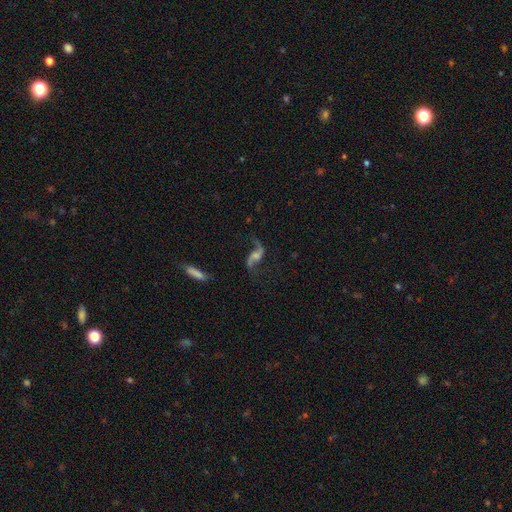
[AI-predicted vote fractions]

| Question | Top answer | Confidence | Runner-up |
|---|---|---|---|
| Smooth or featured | featured or disk | 84% | smooth (9%) |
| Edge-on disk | no | 95% | yes (5%) |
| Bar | no | 48% | weak (37%) |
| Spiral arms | yes | 95% | no (5%) |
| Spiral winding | loose | 89% | medium (8%) |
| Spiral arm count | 2 | 92% | 1 (4%) |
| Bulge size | small | 38% | moderate (27%) |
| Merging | none | 69% | minor disturbance (15%) |